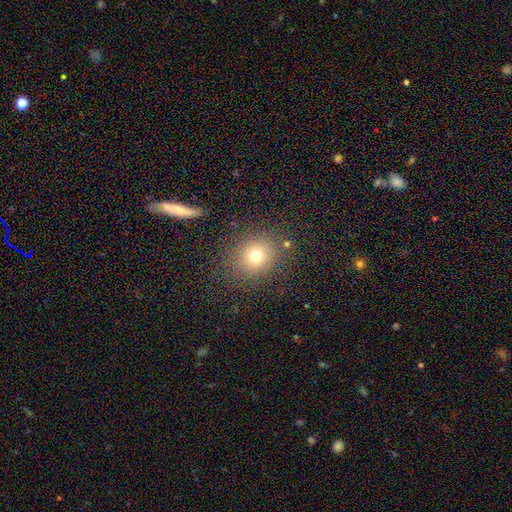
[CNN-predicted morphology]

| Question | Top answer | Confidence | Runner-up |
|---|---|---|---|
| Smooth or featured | smooth | 72% | star or artifact (17%) |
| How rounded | round | 75% | in between (24%) |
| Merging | none | 83% | minor disturbance (9%) |